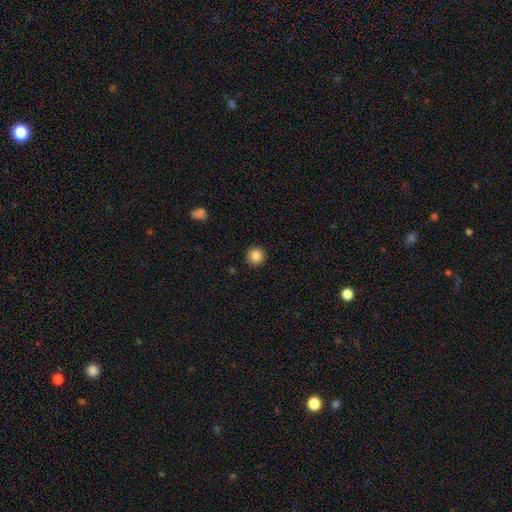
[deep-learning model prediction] Morphology: type=smooth (86%); roundness=round (95%); merging=none (93%).